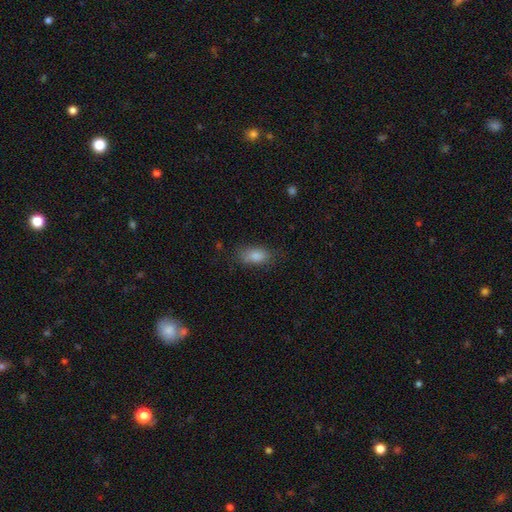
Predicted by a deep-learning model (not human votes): Q: Smooth or featured?
A: smooth (79%); runner-up: star or artifact (11%)
Q: How rounded?
A: in between (85%); runner-up: cigar-shaped (8%)
Q: Merging?
A: none (75%); runner-up: minor disturbance (18%)